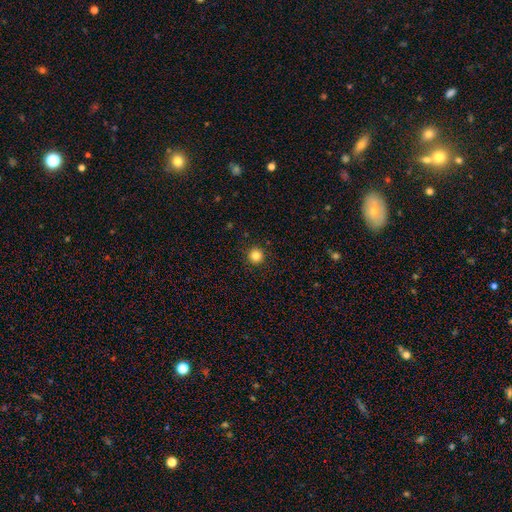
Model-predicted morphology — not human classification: A smooth galaxy with no disk features (84%) that is round (96%).

Vote fractions:
- Smooth or featured? smooth: 84% / star or artifact: 12% / featured or disk: 4%
- How rounded? round: 96% / in between: 3% / cigar-shaped: 1%
- Merging? none: 93% / minor disturbance: 5% / major disturbance: 2% / merger: 1%